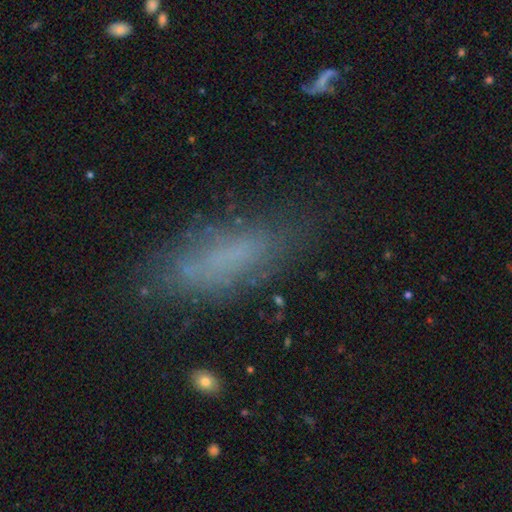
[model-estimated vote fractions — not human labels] This is possibly a smooth galaxy (58%). How rounded: possibly in between (58%). Merging: likely none (66%).